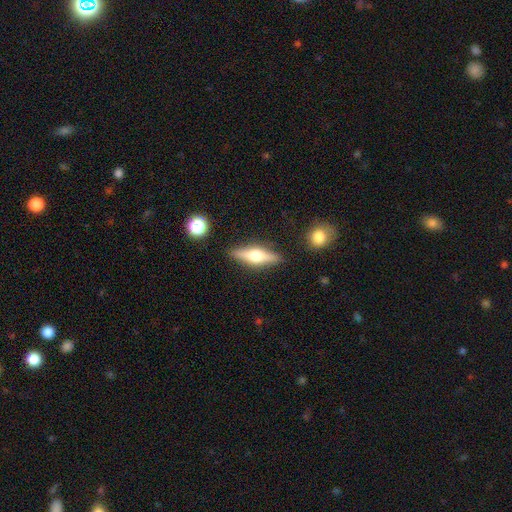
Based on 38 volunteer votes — Smooth or featured? featured or disk (47%)
Edge-on disk? yes (89%)
Edge-on bulge? rounded (94%)
Merging? none (89%)